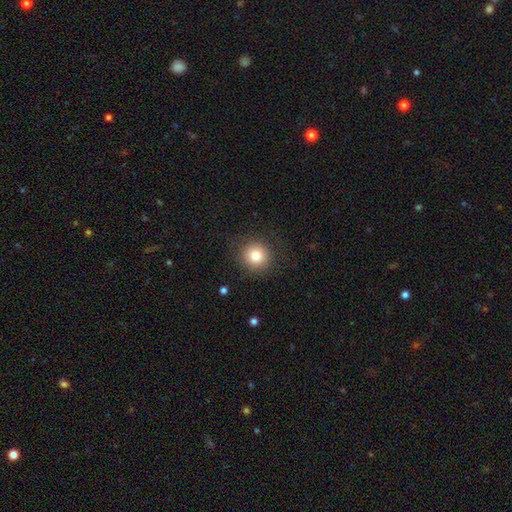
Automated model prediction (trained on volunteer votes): Smooth or featured? smooth (83%)
How rounded? round (92%)
Merging? none (87%)